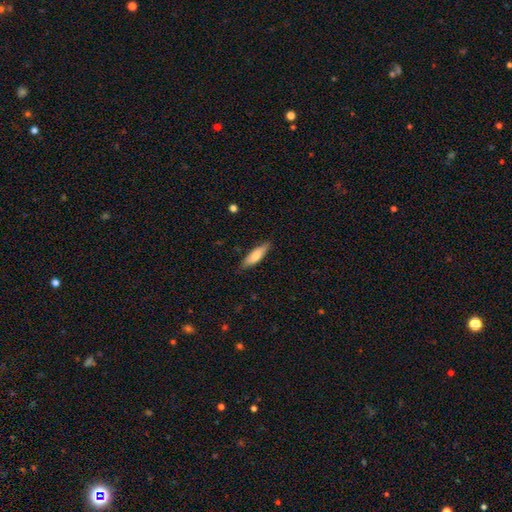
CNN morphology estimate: smooth 73%, featured or disk 21%, star or artifact 6%. Down the decision tree: how rounded — cigar-shaped (60%); merging — none (84%).